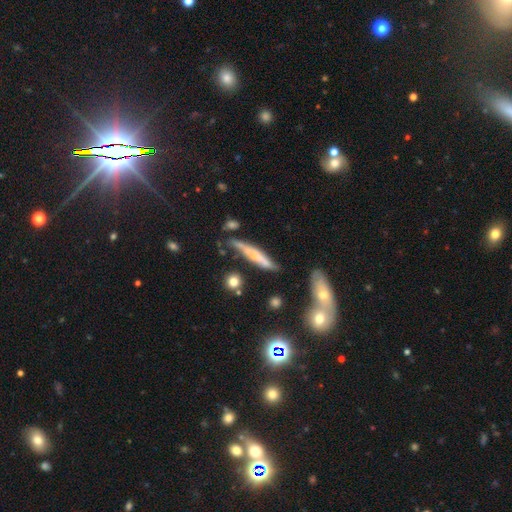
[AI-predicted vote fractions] A featured or disk galaxy (56%) viewed edge-on (83%). Merging: none (60%).